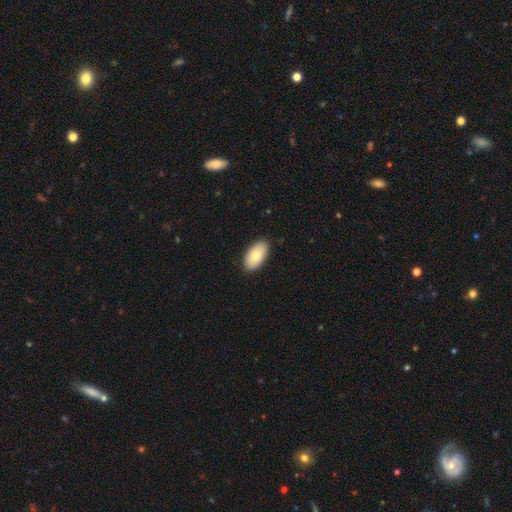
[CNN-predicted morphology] smooth-or-featured: smooth: 79% | featured or disk: 15% | star or artifact: 6%
  how-rounded: in between: 96% | round: 3% | cigar-shaped: 2%
  merging: none: 89% | minor disturbance: 8% | major disturbance: 2% | merger: 1%